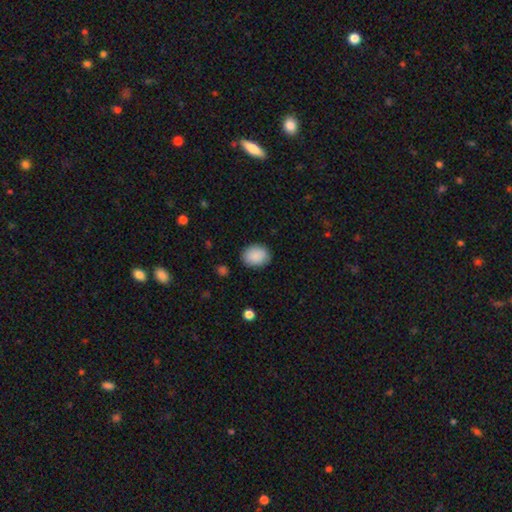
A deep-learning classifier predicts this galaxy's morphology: Smooth or featured? Predicted: smooth (p=0.89). How rounded? Predicted: in between (p=0.57). Merging? Predicted: none (p=0.84).